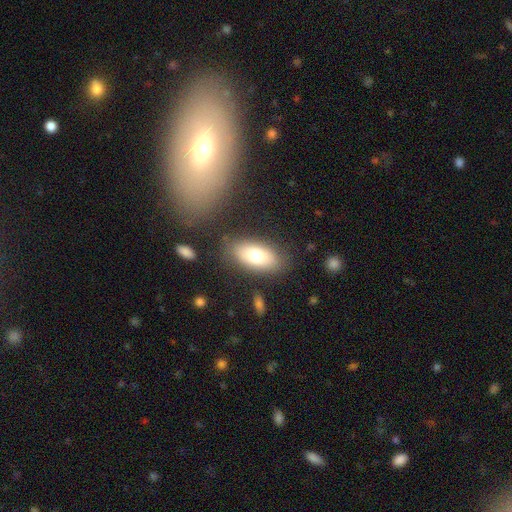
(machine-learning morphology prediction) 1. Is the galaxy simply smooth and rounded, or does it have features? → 74% smooth, 18% featured or disk, 8% star or artifact.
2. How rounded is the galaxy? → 89% in between, 6% cigar-shaped, 5% round.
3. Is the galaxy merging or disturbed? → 80% none, 13% minor disturbance, 4% major disturbance, 3% merger.